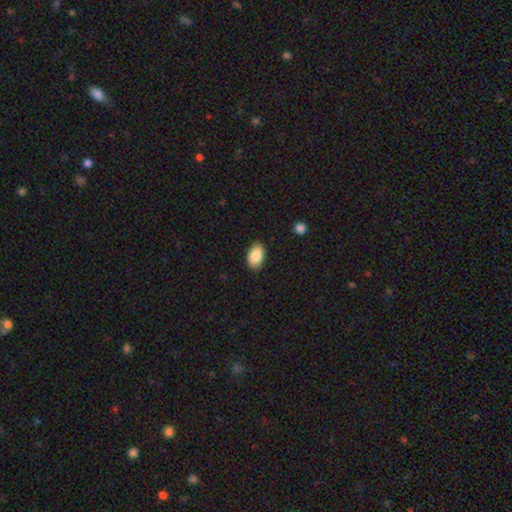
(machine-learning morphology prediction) smooth_or_featured: smooth (p=0.86) [alt: featured or disk p=0.07]
how_rounded: in between (p=0.91) [alt: round p=0.08]
merging: none (p=0.88) [alt: minor disturbance p=0.09]